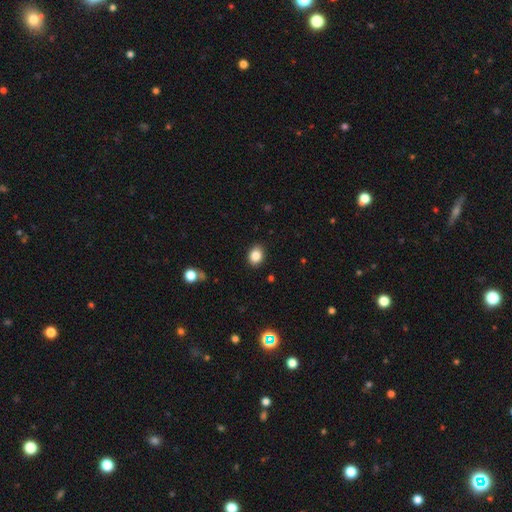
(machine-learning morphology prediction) type=smooth (86%); roundness=in between (58%); merging=none (88%).